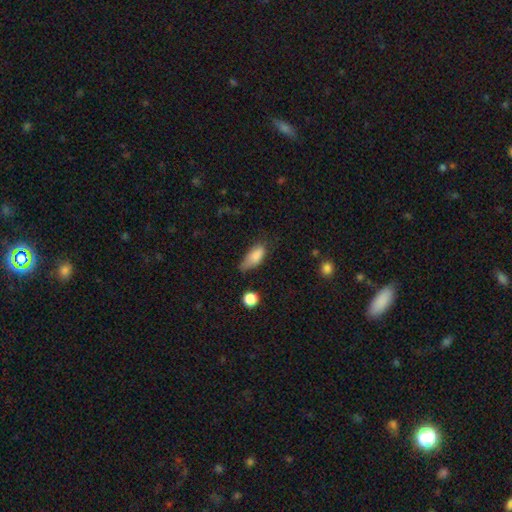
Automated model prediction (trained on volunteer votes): Smooth or featured?
  - smooth: 82% *
  - featured or disk: 10%
  - star or artifact: 8%
How rounded?
  - in between: 83% *
  - cigar-shaped: 14%
  - round: 4%
Merging?
  - minor disturbance: 43% *
  - none: 36%
  - major disturbance: 18%
  - merger: 4%